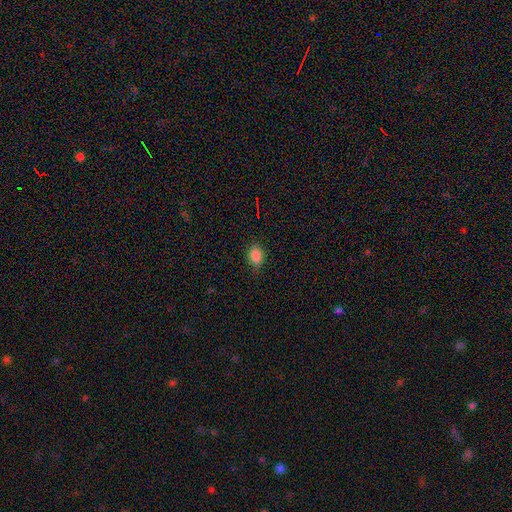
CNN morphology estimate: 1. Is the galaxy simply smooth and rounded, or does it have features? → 85% smooth, 11% star or artifact, 4% featured or disk.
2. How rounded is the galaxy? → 76% in between, 23% round, 1% cigar-shaped.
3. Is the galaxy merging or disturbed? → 81% none, 15% minor disturbance, 3% major disturbance, 1% merger.